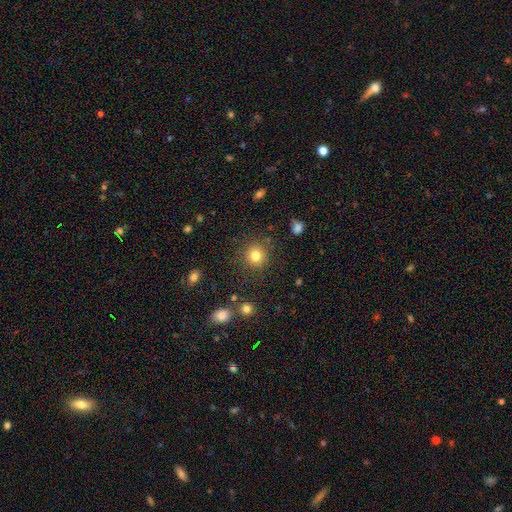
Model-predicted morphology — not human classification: Smooth or featured? Predicted: smooth (p=0.81). How rounded? Predicted: round (p=0.92). Merging? Predicted: none (p=0.88).